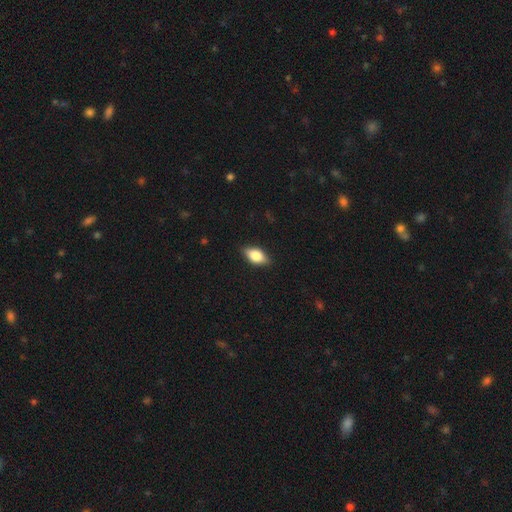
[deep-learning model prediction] Smooth or featured? Predicted: smooth (p=0.72). How rounded? Predicted: in between (p=0.87). Merging? Predicted: none (p=0.85).